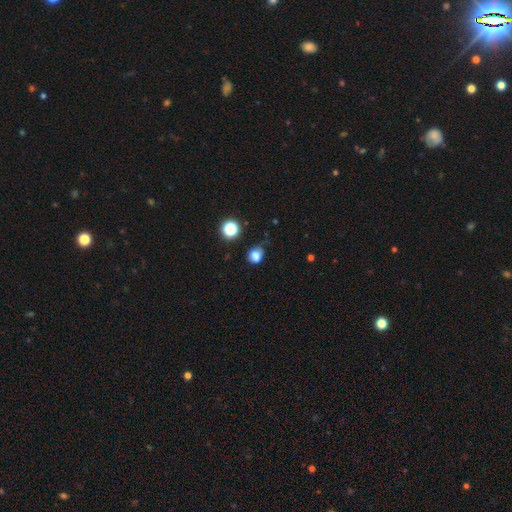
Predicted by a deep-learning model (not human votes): Q: Smooth or featured?
A: smooth (80%); runner-up: star or artifact (14%)
Q: How rounded?
A: round (66%); runner-up: in between (33%)
Q: Merging?
A: none (56%); runner-up: minor disturbance (30%)